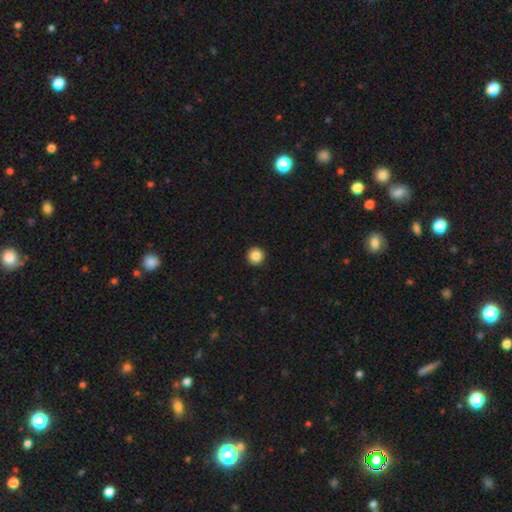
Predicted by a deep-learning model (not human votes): Smooth or featured: smooth — 87% (star or artifact — 10%)
How rounded: round — 96% (in between — 3%)
Merging: none — 94% (minor disturbance — 4%)